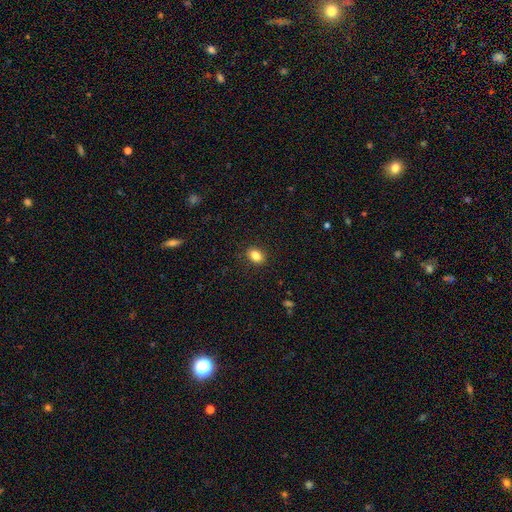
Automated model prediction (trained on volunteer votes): Overall: smooth (85%). How rounded: in between (77%). Merging: none (89%).